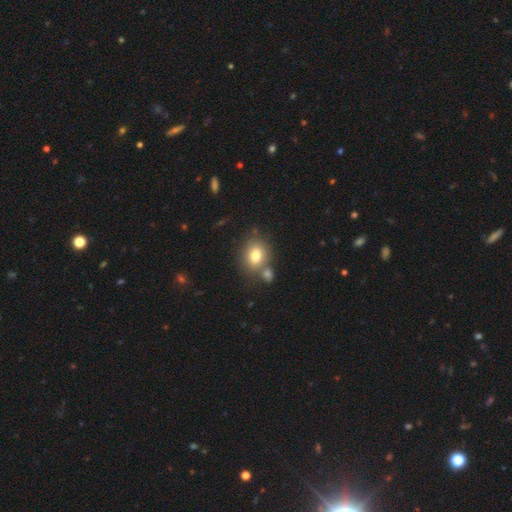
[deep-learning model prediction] smooth_or_featured: smooth (p=0.76) [alt: featured or disk p=0.13]
how_rounded: round (p=0.53) [alt: in between p=0.46]
merging: none (p=0.62) [alt: merger p=0.22]